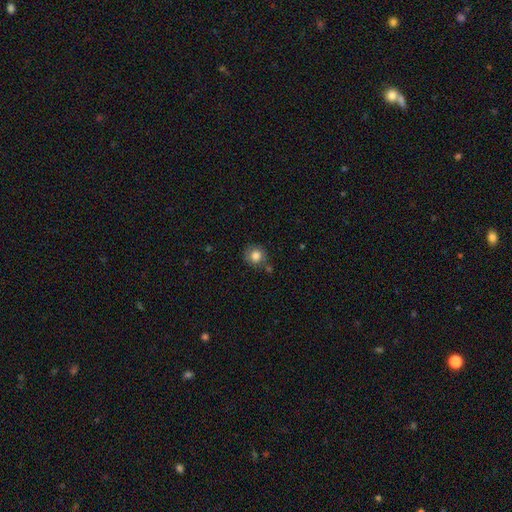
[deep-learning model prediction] Smooth or featured? smooth (81%)
How rounded? round (87%)
Merging? none (73%)